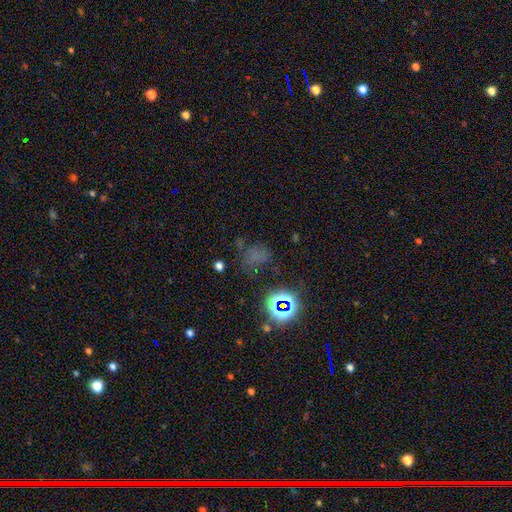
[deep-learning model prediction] The model was most divided on "smooth or featured" (2-way tie): smooth: 44%, star or artifact: 44%, featured or disk: 12%. More confident: merging — none (55%).